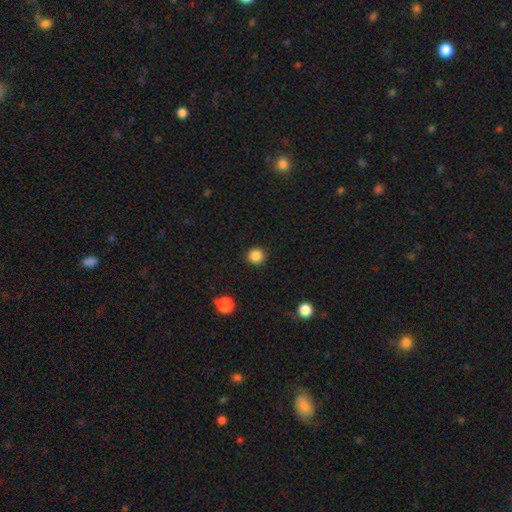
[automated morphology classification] The model was most divided on "smooth or featured": smooth: 86%, star or artifact: 11%, featured or disk: 3%. More confident: how rounded — round (93%); merging — none (91%).